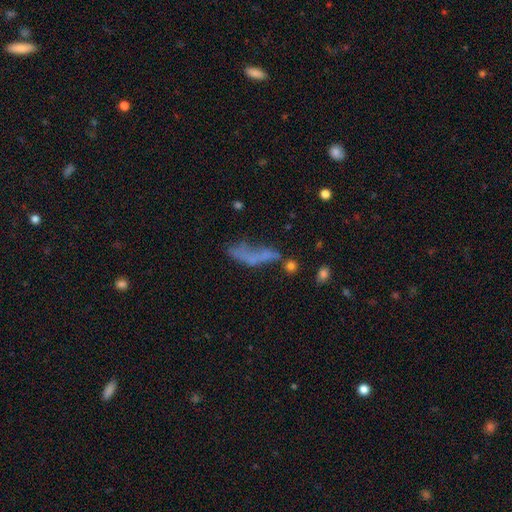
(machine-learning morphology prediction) This is possibly a smooth galaxy (46%). Merging: marginally none (33%).